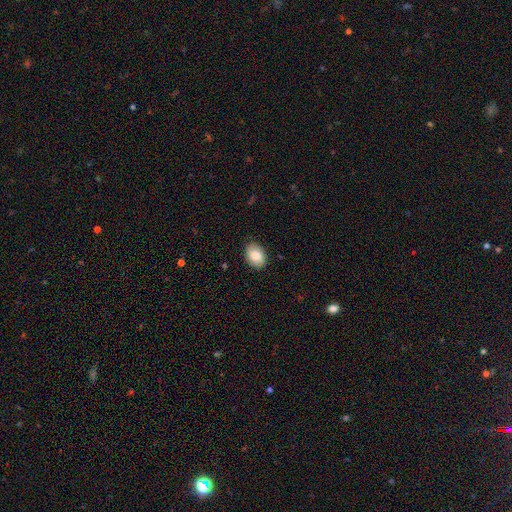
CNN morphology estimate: Smooth or featured? Predicted: smooth (p=0.84). How rounded? Predicted: in between (p=0.83). Merging? Predicted: none (p=0.86).